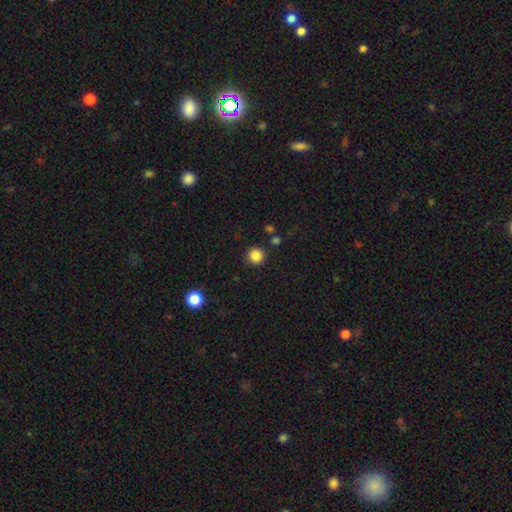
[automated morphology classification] This appears to be a smooth galaxy with no disk features (86%) that is round (94%). Merging: none (89%).